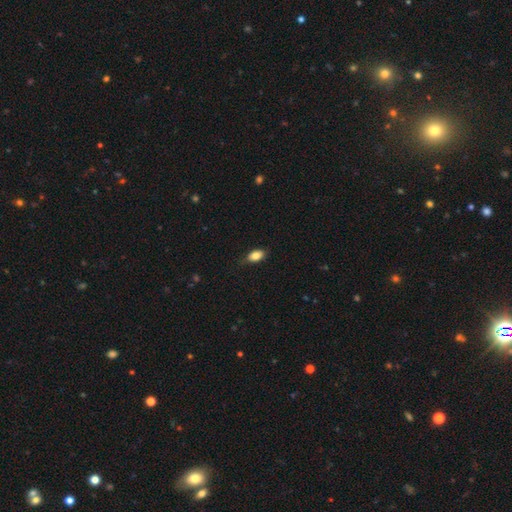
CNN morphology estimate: Smooth or featured? Predicted: smooth (p=0.82). How rounded? Predicted: in between (p=0.87). Merging? Predicted: none (p=0.73).